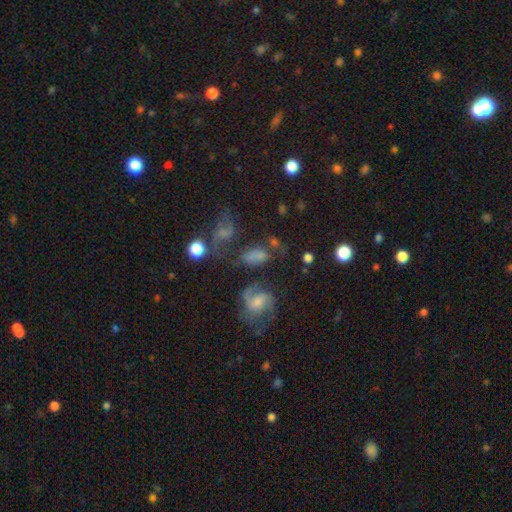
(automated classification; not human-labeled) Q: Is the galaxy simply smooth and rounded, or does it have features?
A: smooth — 49%.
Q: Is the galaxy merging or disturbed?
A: none — 40%.